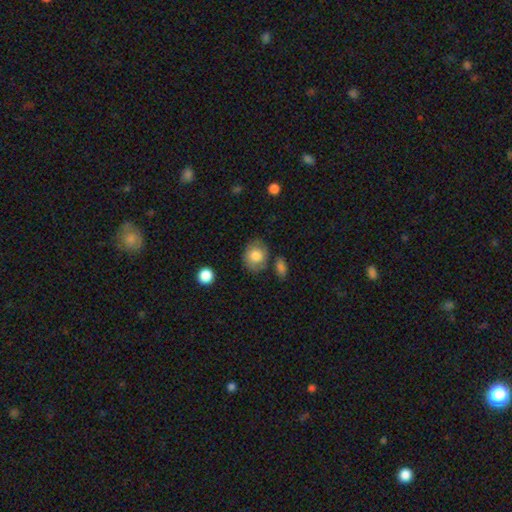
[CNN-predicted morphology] The model was most divided on "how rounded": round: 61%, in between: 38%, cigar-shaped: 1%. More confident: smooth or featured — smooth (77%); merging — none (69%).